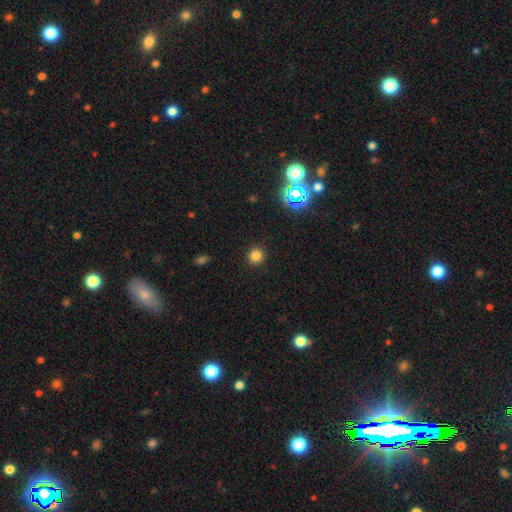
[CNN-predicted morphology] Smooth or featured? smooth (79%)
How rounded? round (93%)
Merging? none (92%)